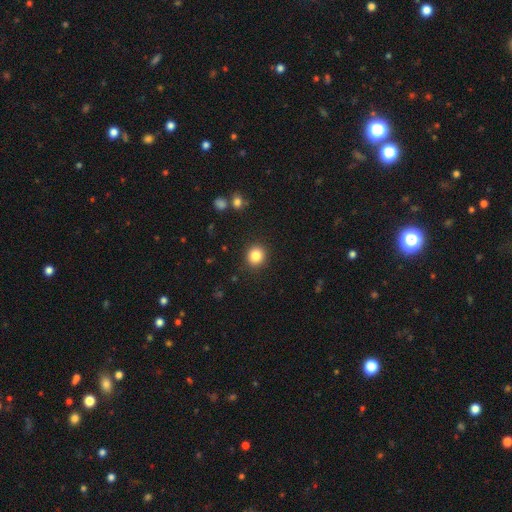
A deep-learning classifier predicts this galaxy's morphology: Smooth or featured?
  - smooth: 84% *
  - star or artifact: 11%
  - featured or disk: 5%
How rounded?
  - round: 88% *
  - in between: 12%
  - cigar-shaped: 1%
Merging?
  - none: 91% *
  - minor disturbance: 6%
  - major disturbance: 2%
  - merger: 1%